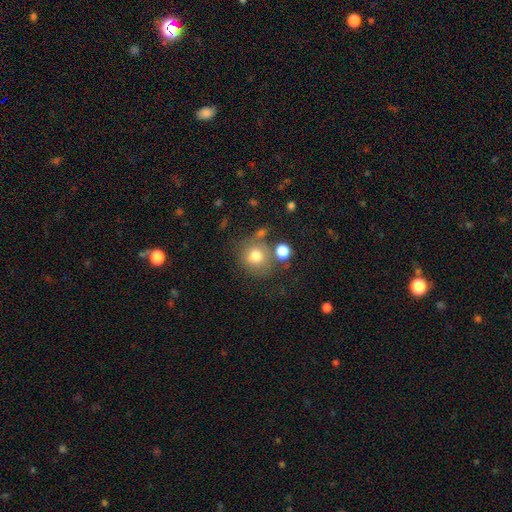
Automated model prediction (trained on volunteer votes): The model was most divided on "merging": none: 66%, merger: 14%, minor disturbance: 14%, major disturbance: 6%. More confident: how rounded — round (88%); smooth or featured — smooth (76%).